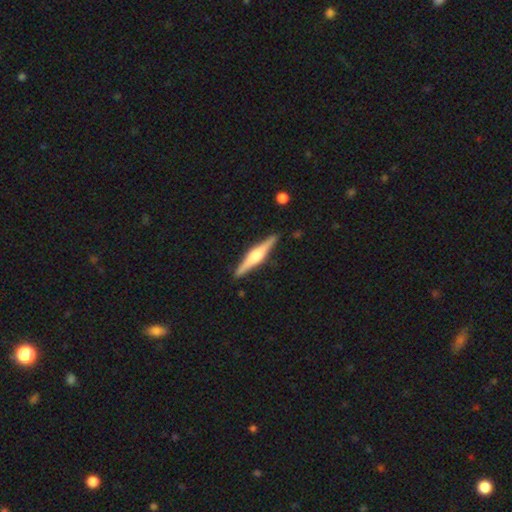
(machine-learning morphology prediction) Smooth or featured? featured or disk (75%)
Edge-on disk? yes (98%)
Edge-on bulge? rounded (82%)
Merging? none (90%)